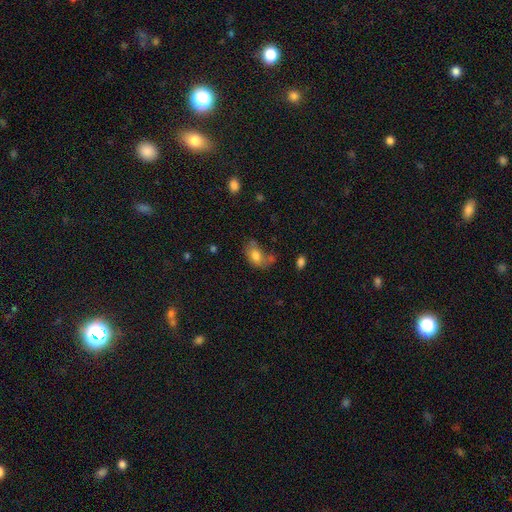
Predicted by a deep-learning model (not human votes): A smooth galaxy with no disk features (73%) that is in between round and cigar-shaped (84%). Merging: none (34%).